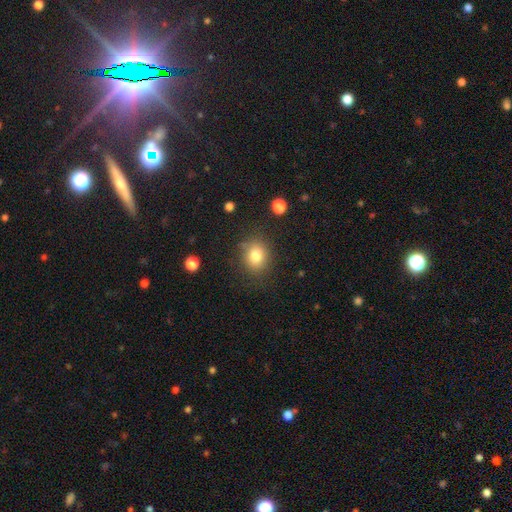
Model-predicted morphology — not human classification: Overall: smooth (81%). How rounded: round (65%; in between 34%). Merging: none (80%).